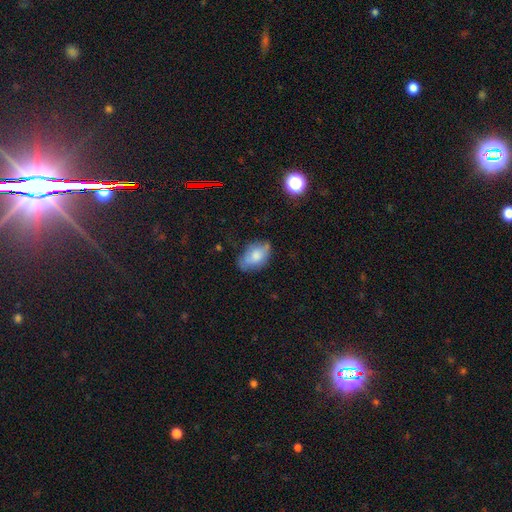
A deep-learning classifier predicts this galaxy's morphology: Smooth or featured? smooth (73%)
How rounded? in between (91%)
Merging? none (62%)